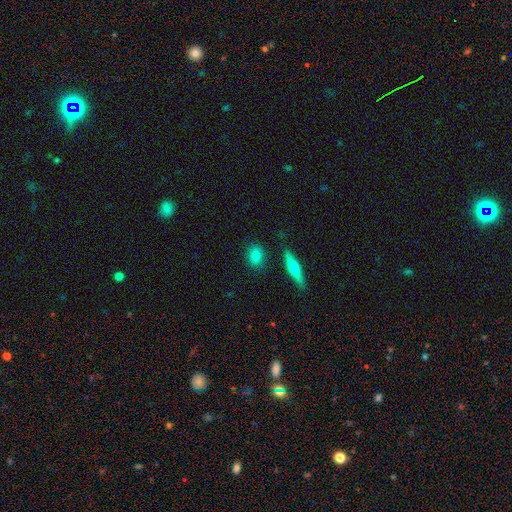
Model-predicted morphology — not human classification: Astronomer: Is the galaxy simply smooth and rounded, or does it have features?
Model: smooth — 84%.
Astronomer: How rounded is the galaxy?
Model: in between — 63%.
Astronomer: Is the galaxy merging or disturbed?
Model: none — 83%.